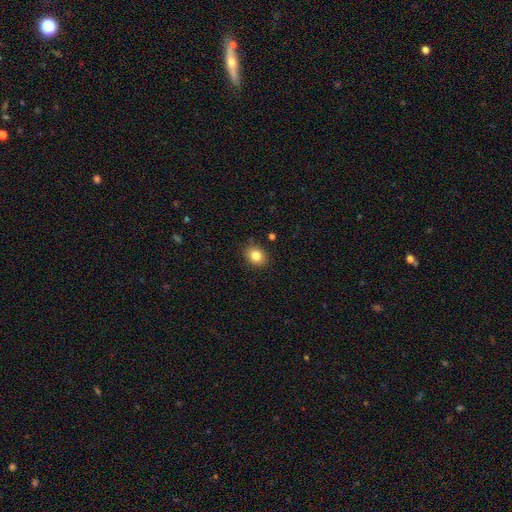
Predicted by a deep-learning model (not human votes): smooth_or_featured: smooth (p=0.83) [alt: star or artifact p=0.10]
how_rounded: round (p=0.57) [alt: in between p=0.42]
merging: none (p=0.87) [alt: minor disturbance p=0.09]